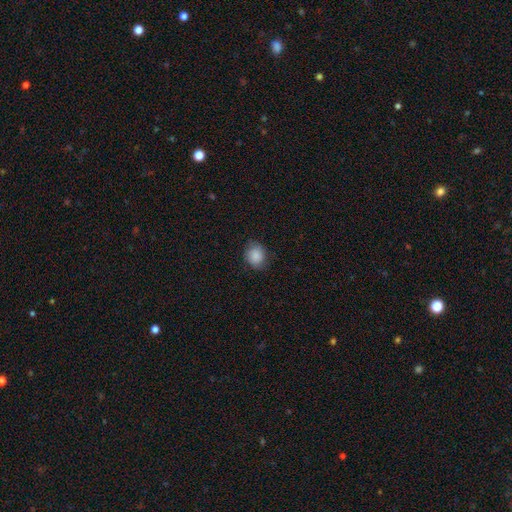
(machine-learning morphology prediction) The model was most divided on "how rounded": round: 67%, in between: 32%, cigar-shaped: 1%. More confident: smooth or featured — smooth (87%); merging — none (80%).